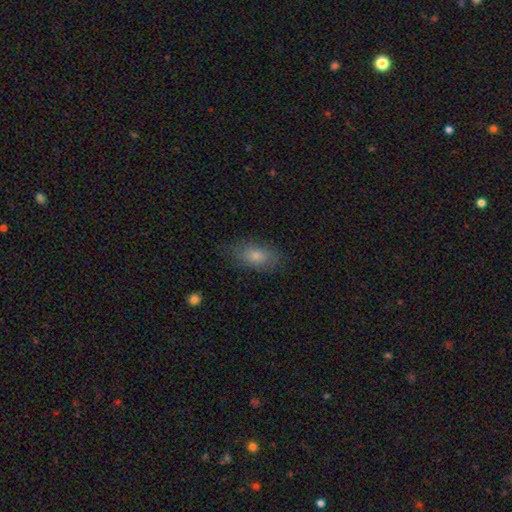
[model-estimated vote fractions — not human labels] This appears to be a smooth galaxy with no disk features (72%) that is in between round and cigar-shaped (85%). Merging: none (80%).